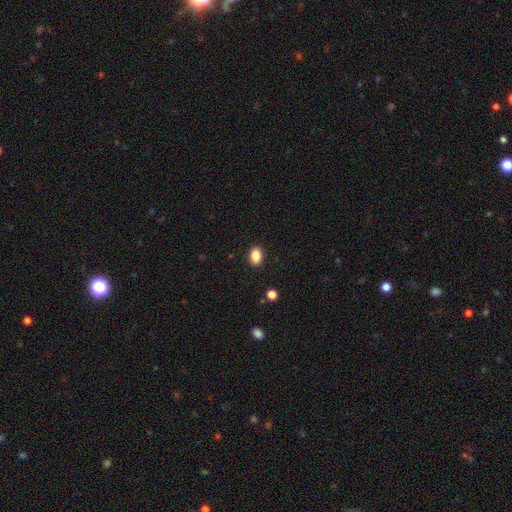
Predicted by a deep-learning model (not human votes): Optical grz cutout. It shows a smooth galaxy with no disk features (86%) that is in between round and cigar-shaped (79%). Merging: none (90%).